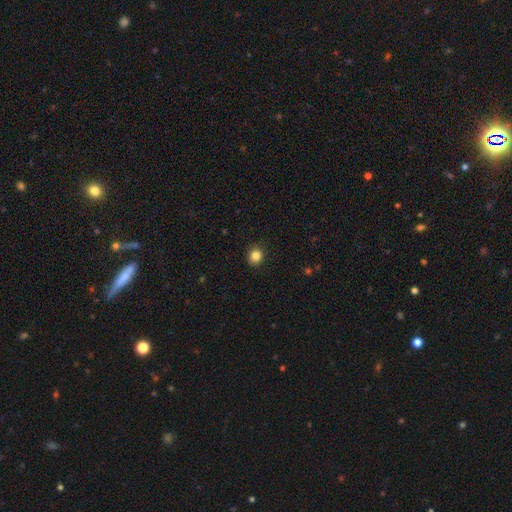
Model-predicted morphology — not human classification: Smooth or featured?
  - smooth: 85% *
  - star or artifact: 11%
  - featured or disk: 4%
How rounded?
  - round: 79% *
  - in between: 20%
  - cigar-shaped: 1%
Merging?
  - none: 91% *
  - minor disturbance: 6%
  - major disturbance: 2%
  - merger: 1%